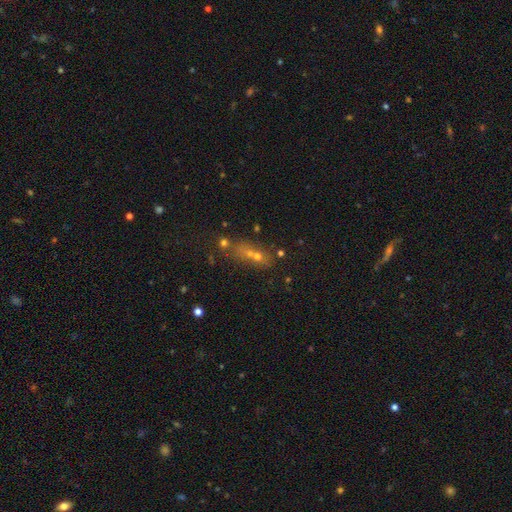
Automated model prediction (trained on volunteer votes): Smooth or featured? Predicted: smooth (p=0.44). Merging? Predicted: merger (p=0.41).